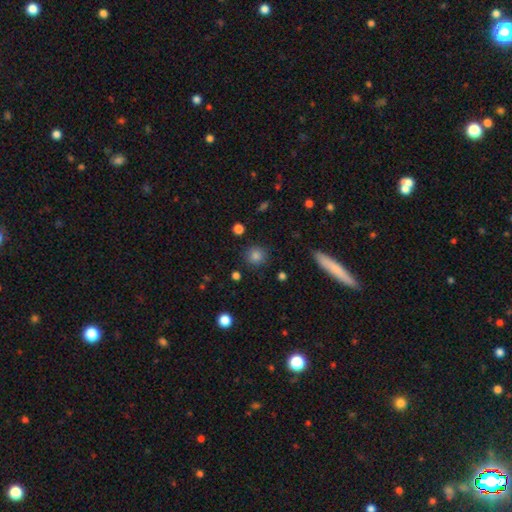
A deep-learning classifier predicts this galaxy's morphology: smooth-or-featured: smooth: 84% | star or artifact: 11% | featured or disk: 5%
  how-rounded: round: 91% | in between: 8% | cigar-shaped: 1%
  merging: none: 88% | minor disturbance: 8% | major disturbance: 3% | merger: 2%